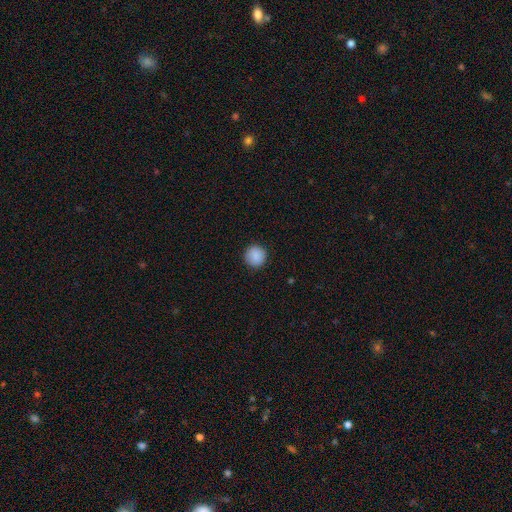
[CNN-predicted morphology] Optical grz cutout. It shows a smooth galaxy with no disk features (89%) that is round (95%). Merging: none (91%).